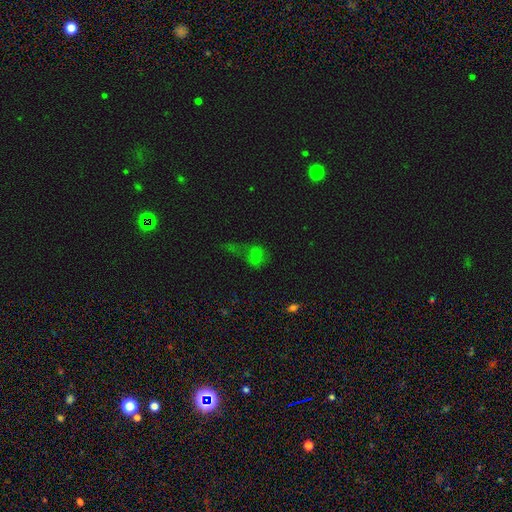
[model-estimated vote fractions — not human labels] A smooth galaxy with no disk features (50%) that is in between round and cigar-shaped (65%).

Vote fractions:
- Smooth or featured? smooth: 50% / star or artifact: 35% / featured or disk: 15%
- How rounded? in between: 65% / round: 29% / cigar-shaped: 6%
- Merging? major disturbance: 30% / none: 29% / merger: 25% / minor disturbance: 16%